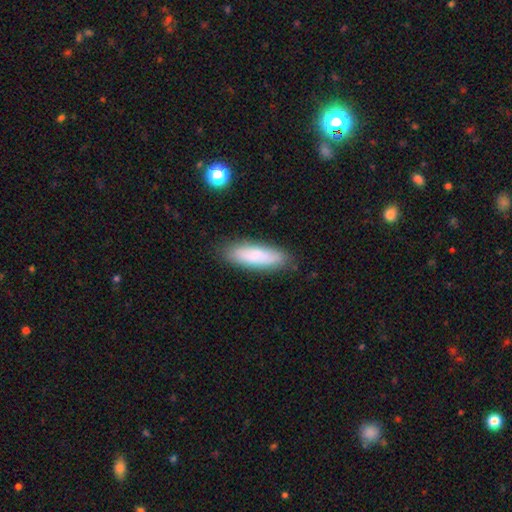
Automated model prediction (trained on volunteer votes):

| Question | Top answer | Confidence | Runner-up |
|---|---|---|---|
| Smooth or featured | smooth | 80% | featured or disk (14%) |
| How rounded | cigar-shaped | 51% | in between (47%) |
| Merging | none | 83% | minor disturbance (12%) |